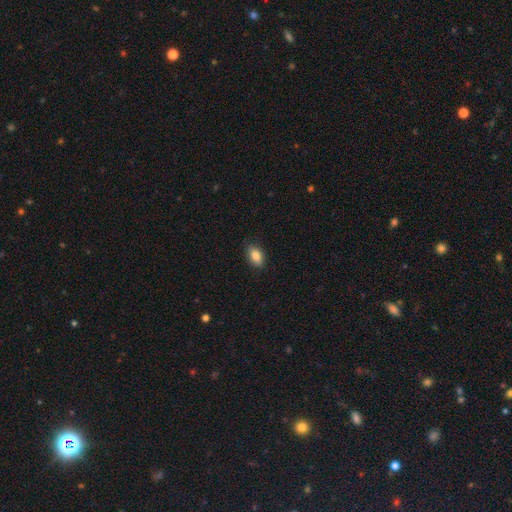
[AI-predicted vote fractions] smooth-or-featured: smooth: 84% | star or artifact: 8% | featured or disk: 8%
  how-rounded: in between: 87% | round: 10% | cigar-shaped: 3%
  merging: none: 85% | minor disturbance: 12% | major disturbance: 2% | merger: 1%